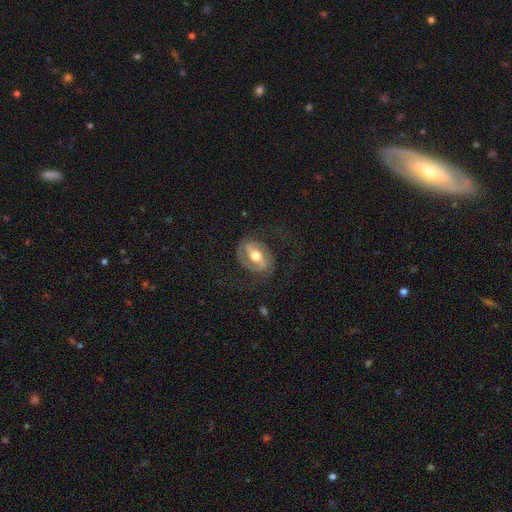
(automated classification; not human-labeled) smooth_or_featured: featured or disk (p=0.79) [alt: smooth p=0.16]
disk_edge_on: no (p=0.96) [alt: yes p=0.04]
bar: strong (p=0.41) [alt: weak p=0.37]
has_spiral_arms: yes (p=0.86) [alt: no p=0.14]
spiral_winding: medium (p=0.47) [alt: tight p=0.30]
spiral_arm_count: 2 (p=0.85) [alt: 1 p=0.06]
bulge_size: moderate (p=0.71) [alt: large p=0.18]
merging: none (p=0.68) [alt: minor disturbance p=0.16]